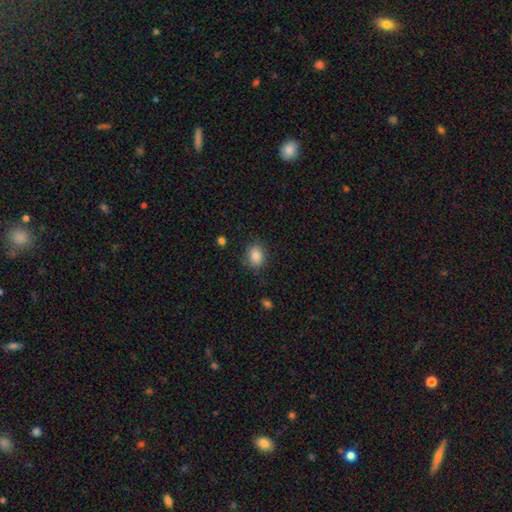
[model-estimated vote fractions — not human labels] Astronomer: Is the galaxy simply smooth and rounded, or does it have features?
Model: smooth — 86%.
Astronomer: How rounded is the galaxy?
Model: round — 56% (runner-up: in between, 44%).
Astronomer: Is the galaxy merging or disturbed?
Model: none — 84%.